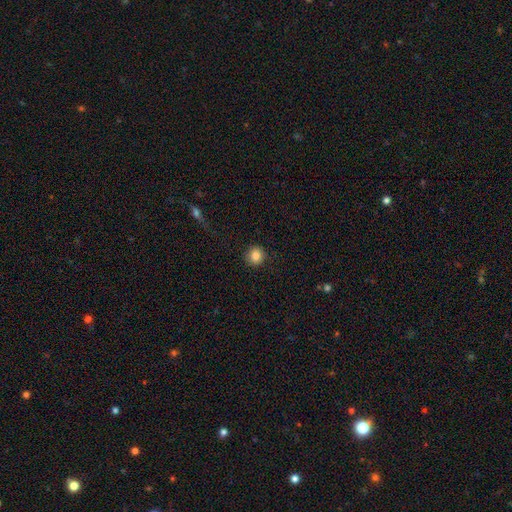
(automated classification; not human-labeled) Morphology: type=smooth (85%); roundness=round (90%); merging=none (90%).